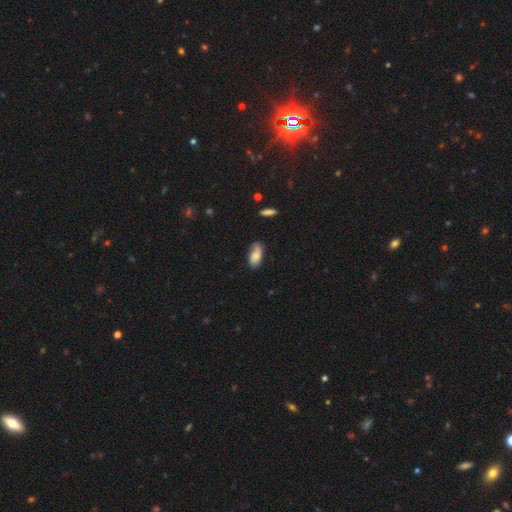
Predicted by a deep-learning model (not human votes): This is likely a smooth galaxy (74%). How rounded: clearly in between (88%). Merging: possibly none (57%).